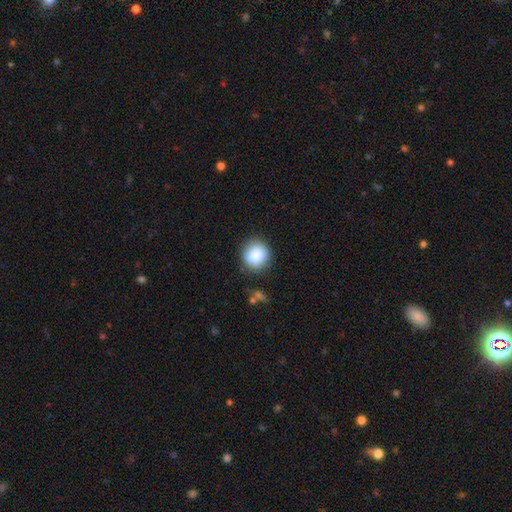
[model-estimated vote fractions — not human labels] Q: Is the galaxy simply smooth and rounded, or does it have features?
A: smooth — 85%.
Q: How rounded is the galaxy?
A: round — 89%.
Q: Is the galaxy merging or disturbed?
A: none — 84%.